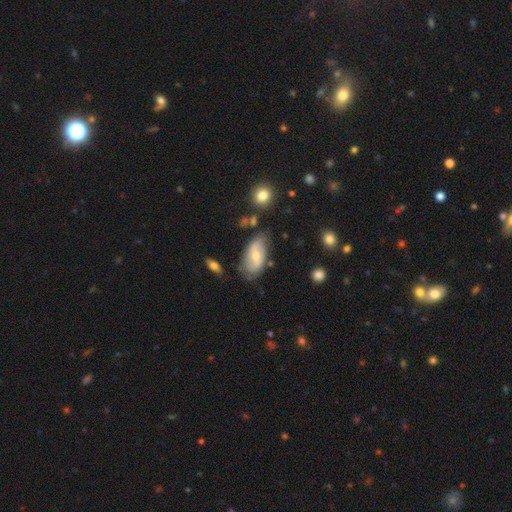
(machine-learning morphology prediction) The model was most divided on "bar": weak: 45%, no: 38%, strong: 16%. More confident: edge-on disk — no (94%); spiral arms — yes (84%); merging — none (66%); smooth or featured — featured or disk (60%); bulge size — moderate (51%).